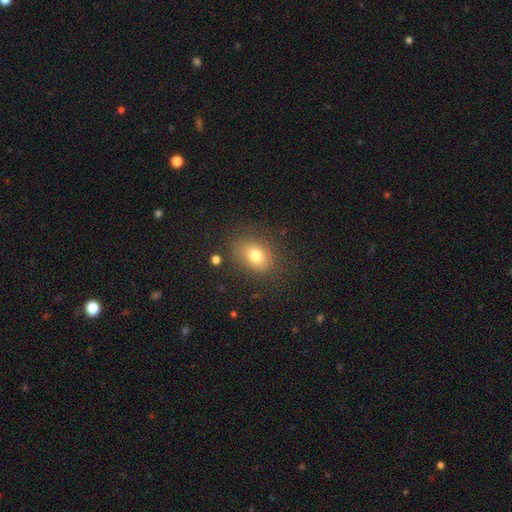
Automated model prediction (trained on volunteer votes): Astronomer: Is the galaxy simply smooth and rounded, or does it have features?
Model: smooth — 77%.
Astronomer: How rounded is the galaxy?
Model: in between — 68%.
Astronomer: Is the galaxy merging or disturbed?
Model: none — 78%.